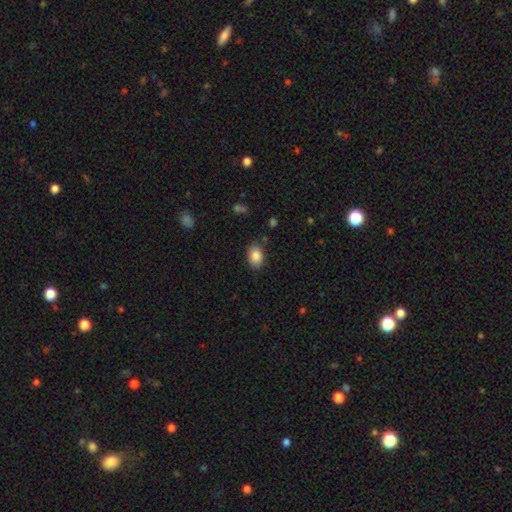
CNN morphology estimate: The model was most divided on "how rounded": in between: 84%, round: 15%, cigar-shaped: 1%. More confident: smooth or featured — smooth (87%); merging — none (83%).